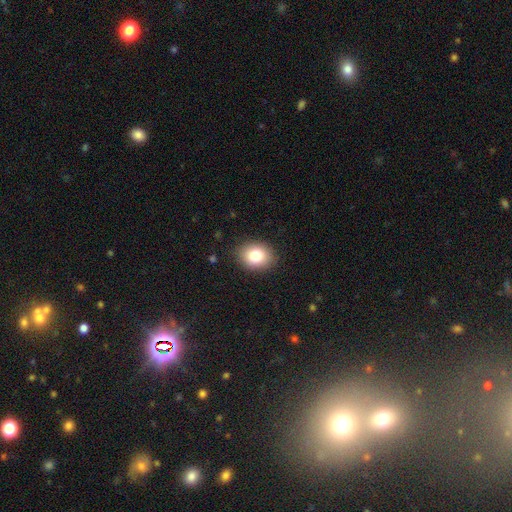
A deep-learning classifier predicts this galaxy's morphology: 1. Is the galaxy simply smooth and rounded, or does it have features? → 80% smooth, 10% featured or disk, 10% star or artifact.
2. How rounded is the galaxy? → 57% in between, 42% round, 1% cigar-shaped.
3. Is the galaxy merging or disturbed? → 88% none, 9% minor disturbance, 2% major disturbance, 1% merger.